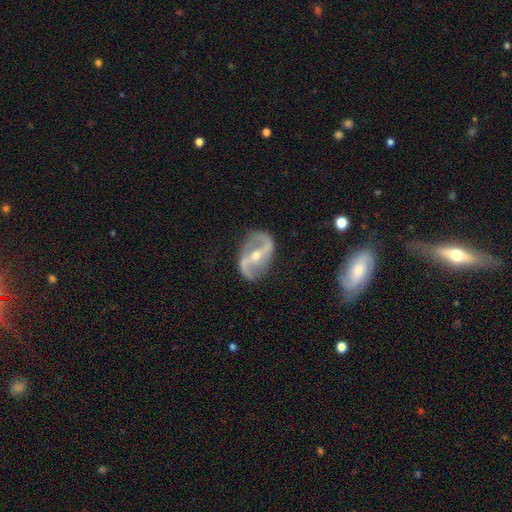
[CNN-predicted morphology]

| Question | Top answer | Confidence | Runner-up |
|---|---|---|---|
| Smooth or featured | featured or disk | 88% | smooth (6%) |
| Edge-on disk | no | 96% | yes (4%) |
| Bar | strong | 55% | weak (27%) |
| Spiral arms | yes | 92% | no (8%) |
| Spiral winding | loose | 50% | medium (37%) |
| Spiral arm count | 2 | 92% | can't tell (3%) |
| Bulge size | small | 49% | moderate (48%) |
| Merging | none | 80% | minor disturbance (13%) |